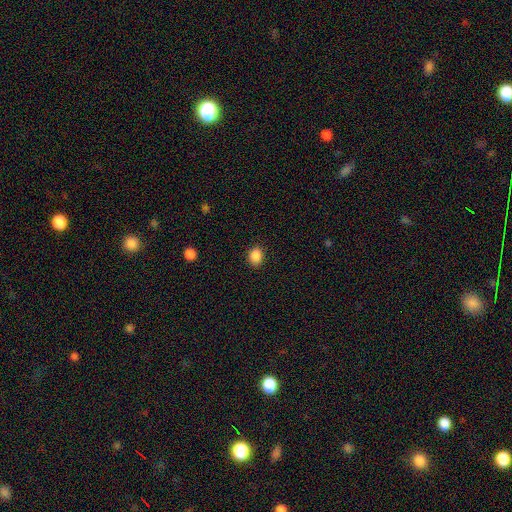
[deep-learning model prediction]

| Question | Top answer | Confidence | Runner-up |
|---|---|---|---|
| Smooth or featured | smooth | 88% | star or artifact (9%) |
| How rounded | round | 53% | in between (46%) |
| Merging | none | 88% | minor disturbance (8%) |